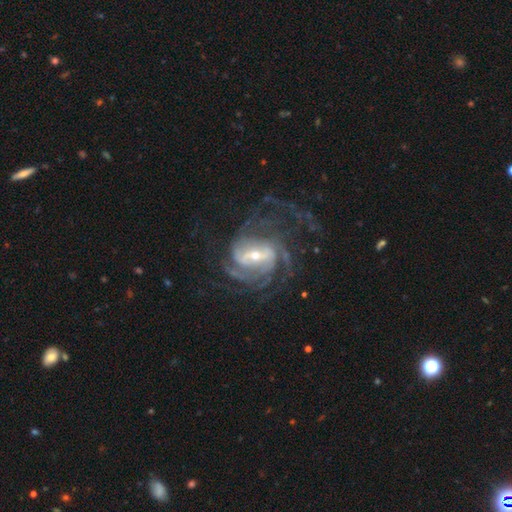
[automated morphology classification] Overall: featured or disk (90%). Edge-on disk: no (97%). Bar: strong (44%; weak 39%). Spiral arms: yes (97%). Spiral arm count: 3 (23%; 4 22%). Spiral winding: medium (43%; tight 41%). Bulge size: small (56%; moderate 37%). Merging: none (58%; major disturbance 25%).